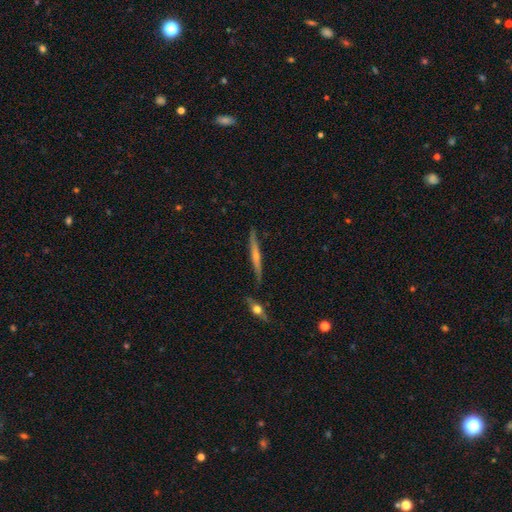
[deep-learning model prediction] This appears to be a featured or disk galaxy (69%) viewed edge-on (93%) with a rounded central bulge (80%). Merging: none (77%).